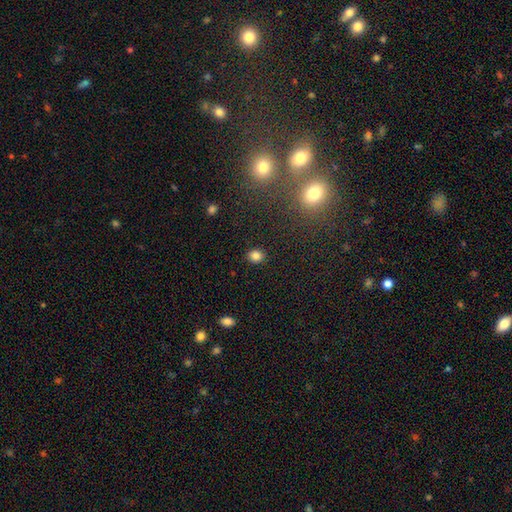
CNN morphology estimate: A smooth galaxy with no disk features (84%) that is round (64%).

Vote fractions:
- Smooth or featured? smooth: 84% / star or artifact: 12% / featured or disk: 5%
- How rounded? round: 64% / in between: 35% / cigar-shaped: 1%
- Merging? none: 89% / minor disturbance: 7% / major disturbance: 2% / merger: 1%